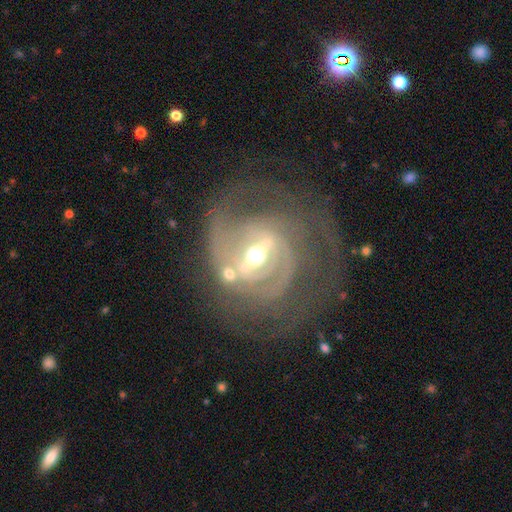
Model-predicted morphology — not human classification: A featured or disk galaxy (88%) with a strong bar (57%), 2 (33%) tight (55%) spiral arms (93%) and a moderate central bulge (57%). Merging: none (58%).